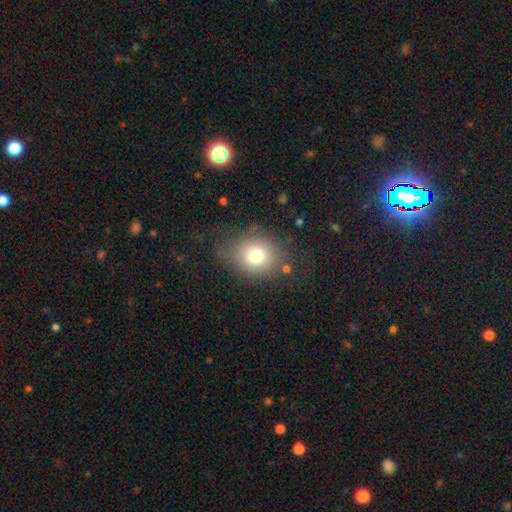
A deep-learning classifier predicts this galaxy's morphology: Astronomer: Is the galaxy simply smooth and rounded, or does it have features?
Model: smooth — 74%.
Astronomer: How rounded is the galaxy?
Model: round — 60% (runner-up: in between, 39%).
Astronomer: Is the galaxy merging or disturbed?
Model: none — 68%.